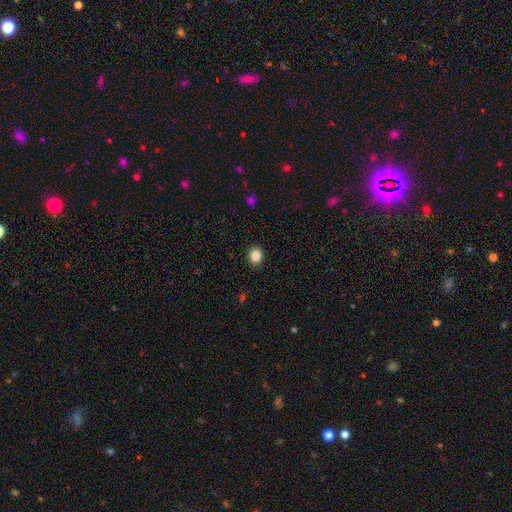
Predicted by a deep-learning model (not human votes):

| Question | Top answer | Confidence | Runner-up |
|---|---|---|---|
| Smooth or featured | smooth | 86% | star or artifact (10%) |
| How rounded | round | 62% | in between (37%) |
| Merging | none | 90% | minor disturbance (7%) |